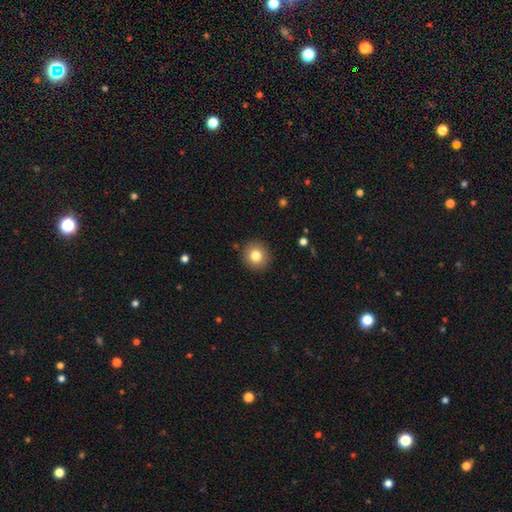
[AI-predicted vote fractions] Overall: smooth (80%). How rounded: round (92%). Merging: none (91%).